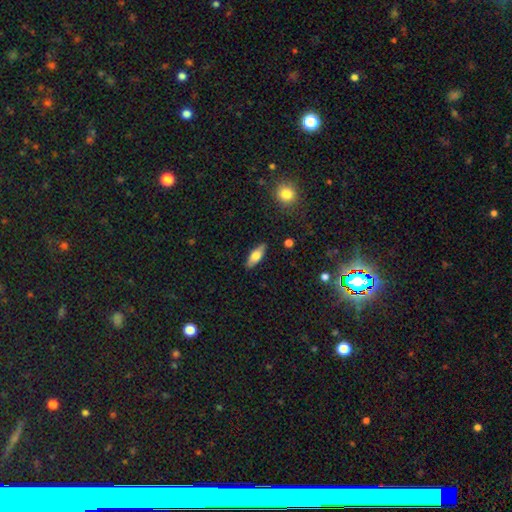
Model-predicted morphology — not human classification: smooth-or-featured: smooth: 63% | featured or disk: 31% | star or artifact: 7%
  how-rounded: in between: 66% | cigar-shaped: 31% | round: 3%
  merging: none: 87% | minor disturbance: 9% | major disturbance: 2% | merger: 1%